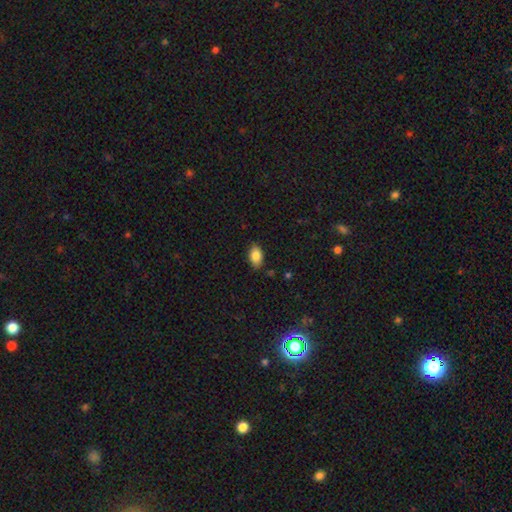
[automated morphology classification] Smooth or featured: smooth — 85% (star or artifact — 8%)
How rounded: in between — 90% (round — 7%)
Merging: none — 84% (minor disturbance — 12%)